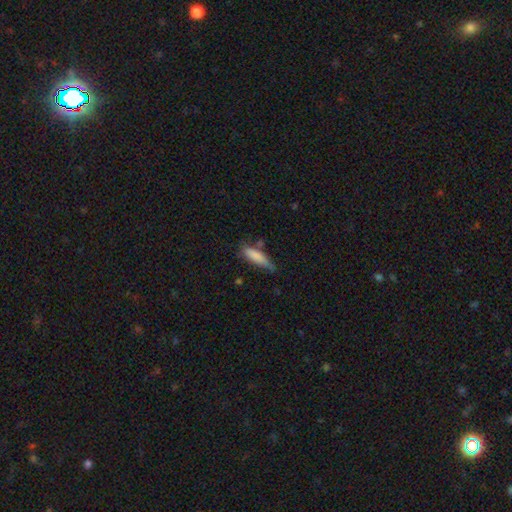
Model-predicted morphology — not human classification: smooth 81%, featured or disk 12%, star or artifact 7%. Down the decision tree: how rounded — cigar-shaped (65%); merging — none (51%).